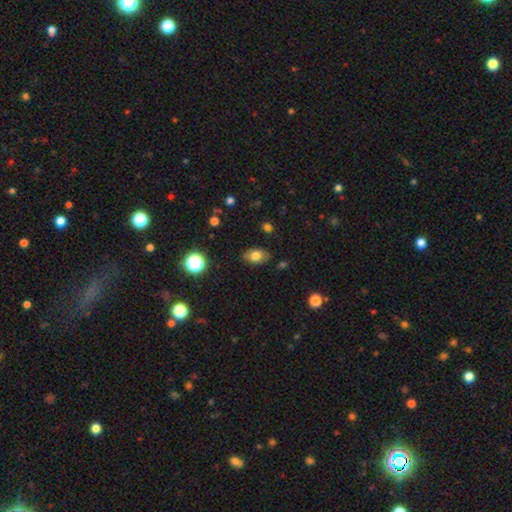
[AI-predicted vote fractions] This appears to be a smooth galaxy with no disk features (76%) that is in between round and cigar-shaped (85%). Merging: none (83%).